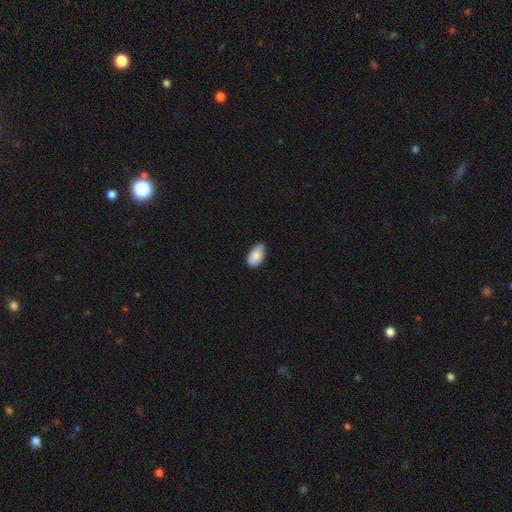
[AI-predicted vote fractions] A smooth galaxy with no disk features (85%) that is in between round and cigar-shaped (94%).

Vote fractions:
- Smooth or featured? smooth: 85% / featured or disk: 9% / star or artifact: 6%
- How rounded? in between: 94% / round: 4% / cigar-shaped: 2%
- Merging? none: 77% / minor disturbance: 19% / major disturbance: 2% / merger: 1%